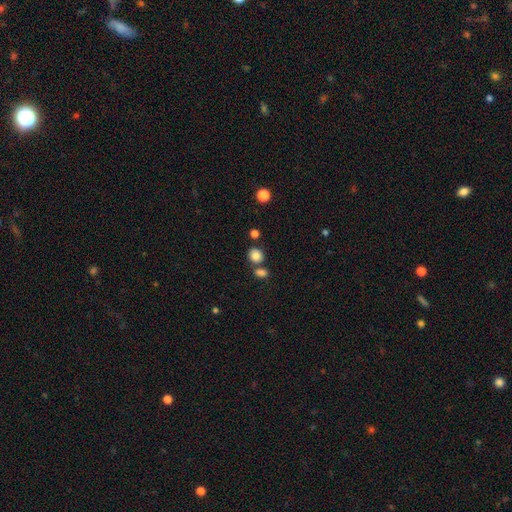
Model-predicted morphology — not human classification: Smooth or featured: smooth — 82% (star or artifact — 10%)
How rounded: round — 76% (in between — 23%)
Merging: none — 66% (merger — 21%)